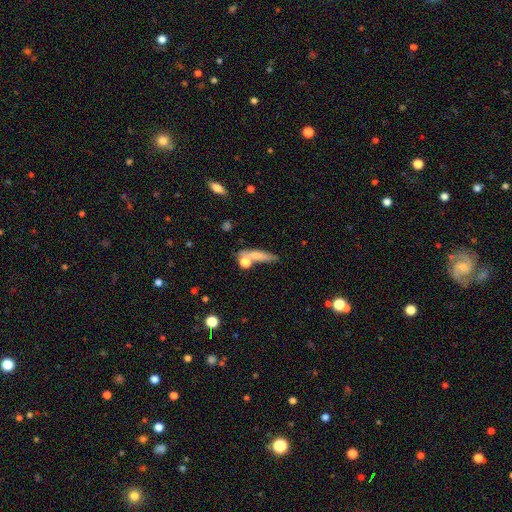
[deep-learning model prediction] Overall: smooth (72%). How rounded: cigar-shaped (69%). Merging: none (61%).